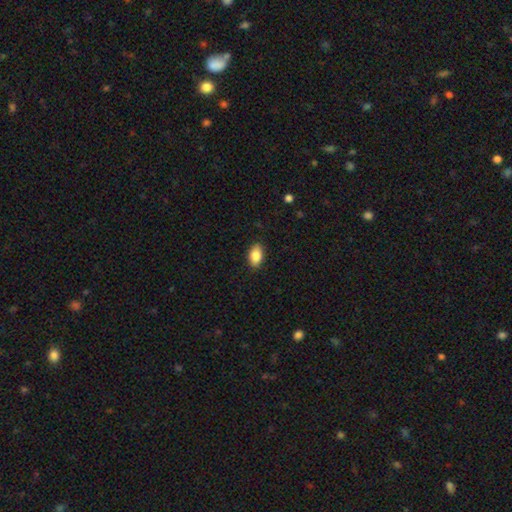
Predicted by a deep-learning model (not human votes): Smooth or featured?
  - smooth: 86% *
  - star or artifact: 7%
  - featured or disk: 7%
How rounded?
  - in between: 91% *
  - round: 7%
  - cigar-shaped: 2%
Merging?
  - none: 87% *
  - minor disturbance: 10%
  - major disturbance: 2%
  - merger: 1%